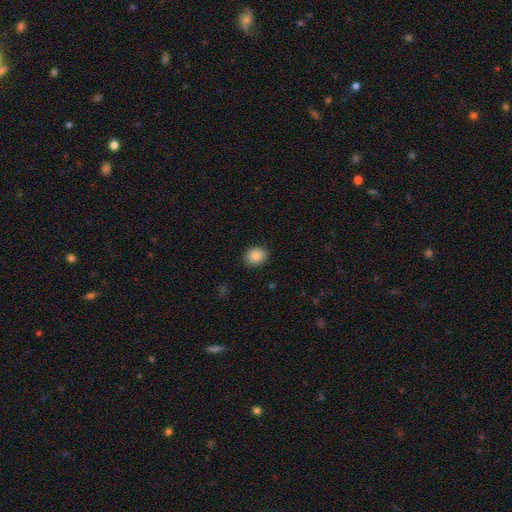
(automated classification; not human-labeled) The model was most divided on "how rounded": round: 55%, in between: 44%, cigar-shaped: 1%. More confident: merging — none (89%); smooth or featured — smooth (87%).